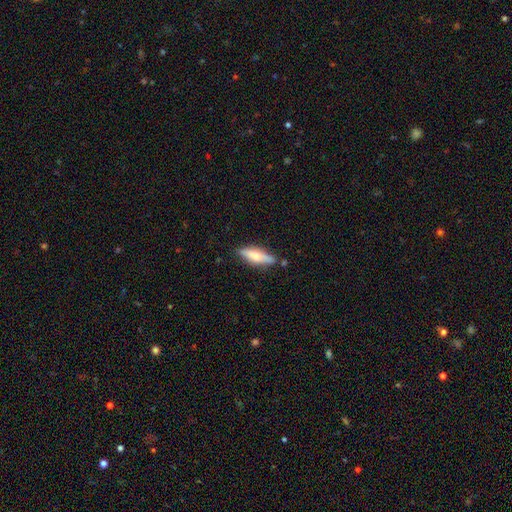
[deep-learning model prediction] This is possibly a smooth galaxy (57%). How rounded: possibly cigar-shaped (58%). Merging: likely none (77%).